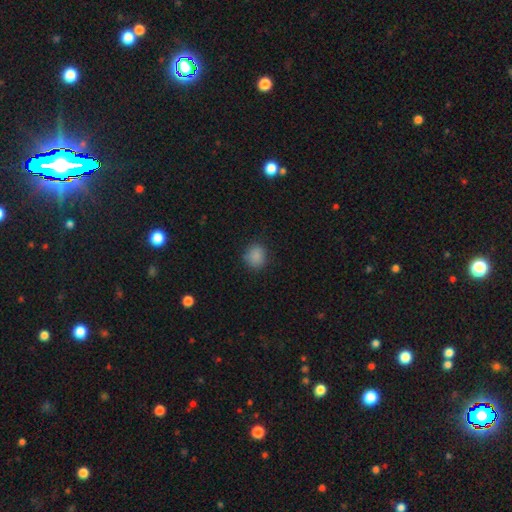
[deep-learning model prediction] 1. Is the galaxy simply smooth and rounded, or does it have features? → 86% smooth, 11% star or artifact, 4% featured or disk.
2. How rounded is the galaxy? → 79% round, 20% in between, 1% cigar-shaped.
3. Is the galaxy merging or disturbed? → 83% none, 12% minor disturbance, 3% major disturbance, 1% merger.